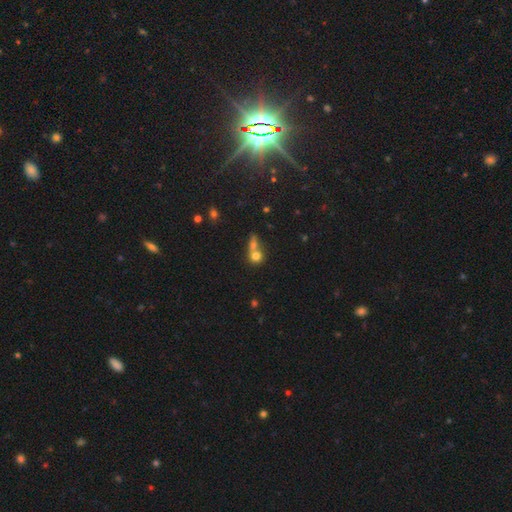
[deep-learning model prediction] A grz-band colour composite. It shows a smooth galaxy with no disk features (73%) that is round (79%). Merging: merger (58%).